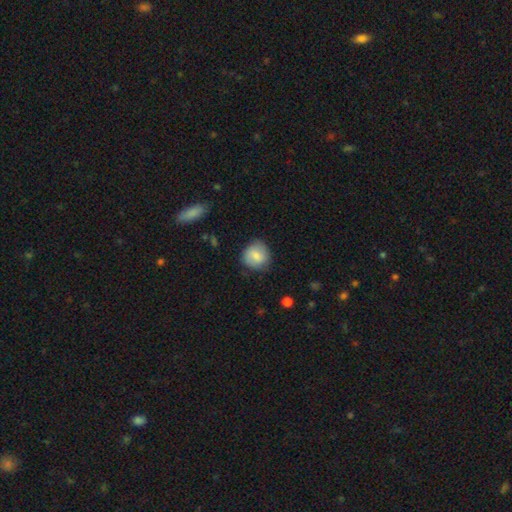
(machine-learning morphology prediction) A smooth galaxy with no disk features (78%) that is round (86%). Merging: none (78%).